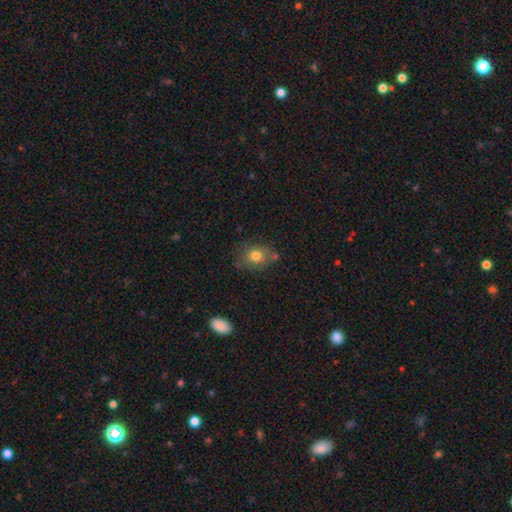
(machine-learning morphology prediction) This is likely a smooth galaxy (77%). How rounded: possibly in between (50%). Merging: likely none (69%).